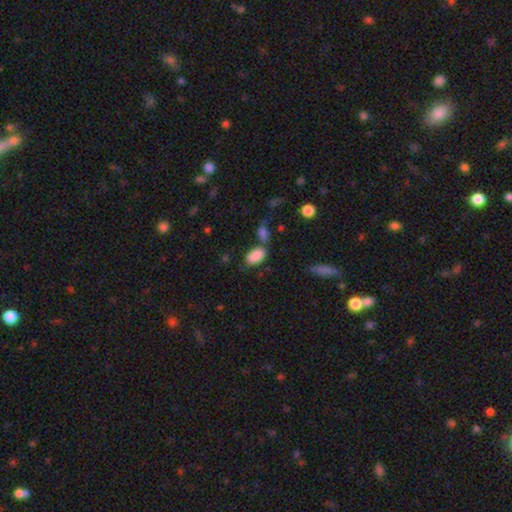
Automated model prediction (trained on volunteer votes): Q: Smooth or featured?
A: smooth (87%); runner-up: star or artifact (8%)
Q: How rounded?
A: in between (93%); runner-up: round (5%)
Q: Merging?
A: none (57%); runner-up: merger (22%)